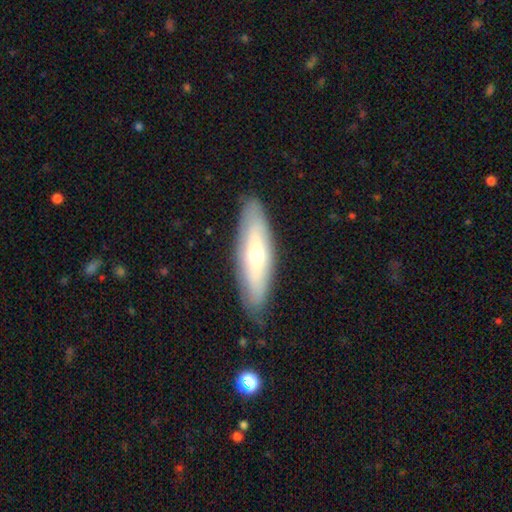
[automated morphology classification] Q: Smooth or featured?
A: smooth (49%); runner-up: featured or disk (44%)
Q: Merging?
A: none (84%); runner-up: minor disturbance (12%)